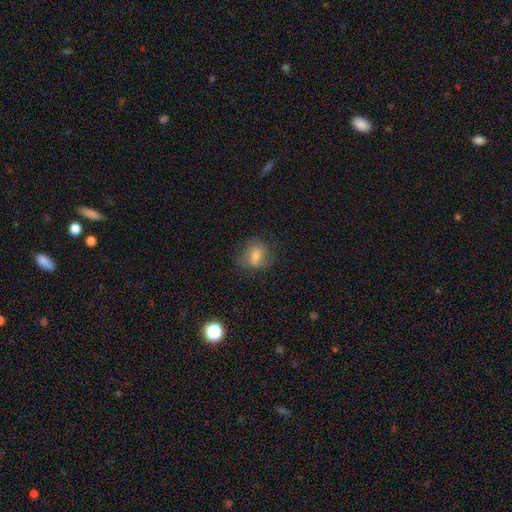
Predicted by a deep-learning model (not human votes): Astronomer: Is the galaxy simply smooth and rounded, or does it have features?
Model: smooth — 63%.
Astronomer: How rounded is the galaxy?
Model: round — 53% (runner-up: in between, 45%).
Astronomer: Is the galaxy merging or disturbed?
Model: none — 67%.